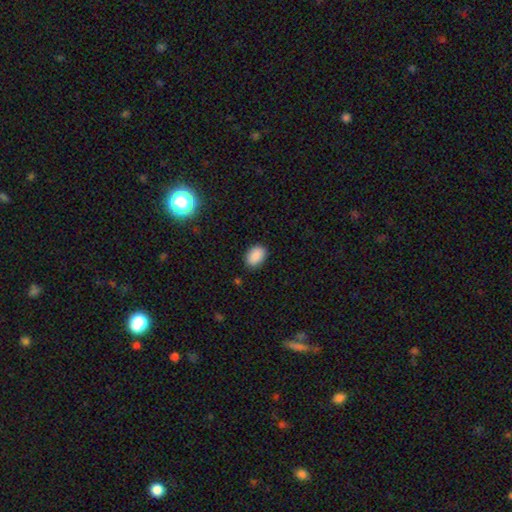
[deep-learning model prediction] Smooth or featured?
  - smooth: 88% *
  - star or artifact: 8%
  - featured or disk: 3%
How rounded?
  - in between: 83% *
  - round: 16%
  - cigar-shaped: 1%
Merging?
  - none: 86% *
  - minor disturbance: 10%
  - major disturbance: 2%
  - merger: 1%